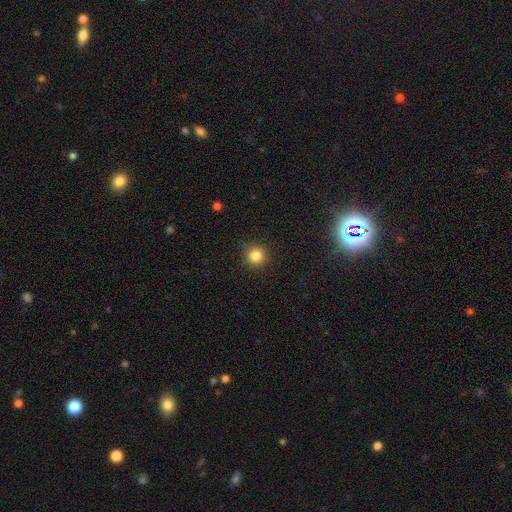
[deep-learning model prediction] Q: Smooth or featured?
A: smooth (83%); runner-up: star or artifact (12%)
Q: How rounded?
A: round (95%); runner-up: in between (4%)
Q: Merging?
A: none (92%); runner-up: minor disturbance (5%)